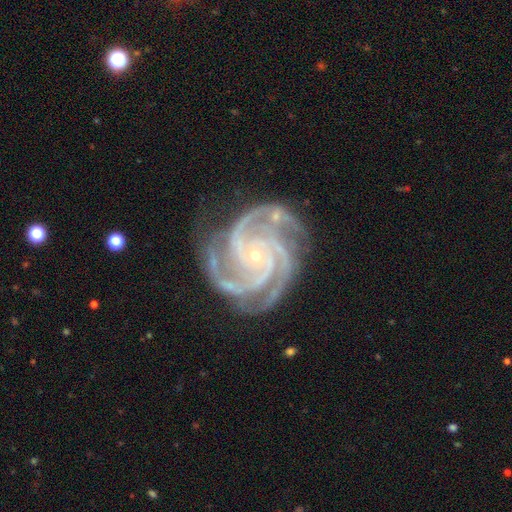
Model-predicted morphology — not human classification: smooth-or-featured: featured or disk: 94% | star or artifact: 4% | smooth: 2%
  disk-edge-on: no: 98% | yes: 2%
    bar: no: 70% | weak: 19% | strong: 11%
    has-spiral-arms: yes: 99% | no: 1%
      spiral-winding: tight: 66% | medium: 31% | loose: 3%
      spiral-arm-count: 3: 42% | 4: 34% | 2: 7% | more than 4: 6% | can't tell: 6% | 1: 5%
    bulge-size: small: 84% | moderate: 12% | none: 1% | large: 1% | dominant: 1%
  merging: none: 73% | minor disturbance: 19% | major disturbance: 7% | merger: 2%